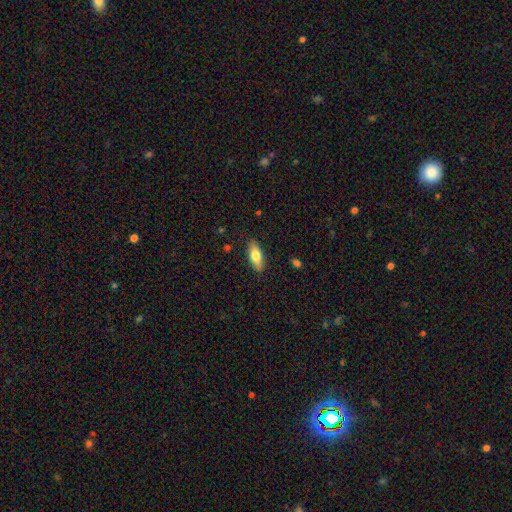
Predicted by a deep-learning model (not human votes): This is likely a smooth galaxy (78%). How rounded: likely in between (80%). Merging: clearly none (88%).